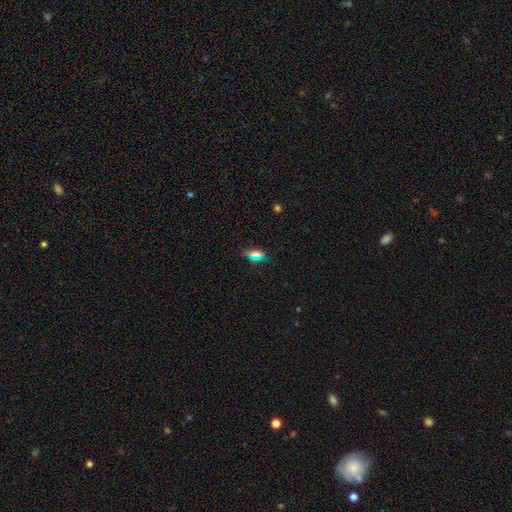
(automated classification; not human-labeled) Smooth or featured: smooth — 56% (star or artifact — 27%)
How rounded: in between — 65% (cigar-shaped — 20%)
Merging: none — 79% (minor disturbance — 13%)